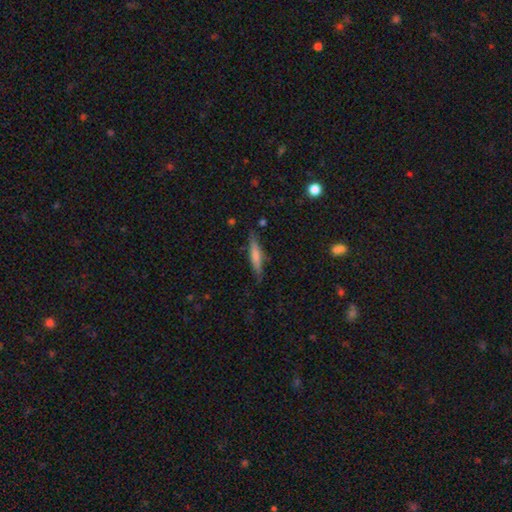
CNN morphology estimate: Smooth or featured? Predicted: smooth (p=0.63). How rounded? Predicted: cigar-shaped (p=0.87). Merging? Predicted: none (p=0.79).